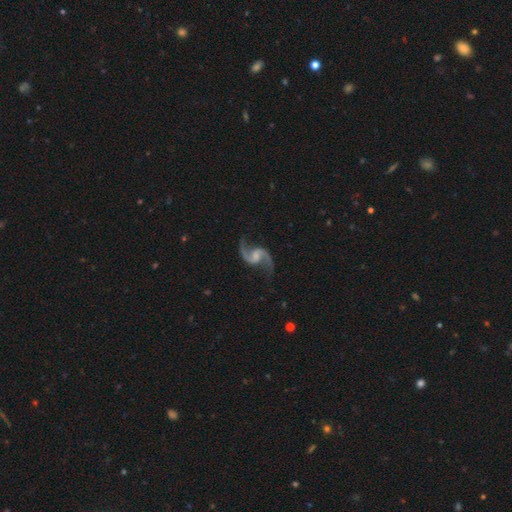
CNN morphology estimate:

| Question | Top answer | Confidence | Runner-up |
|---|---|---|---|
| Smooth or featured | featured or disk | 94% | star or artifact (4%) |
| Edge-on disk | no | 98% | yes (2%) |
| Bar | weak | 50% | no (34%) |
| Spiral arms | yes | 98% | no (2%) |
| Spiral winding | loose | 68% | medium (28%) |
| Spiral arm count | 2 | 95% | 1 (1%) |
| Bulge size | small | 36% | none (34%) |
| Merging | none | 81% | minor disturbance (12%) |